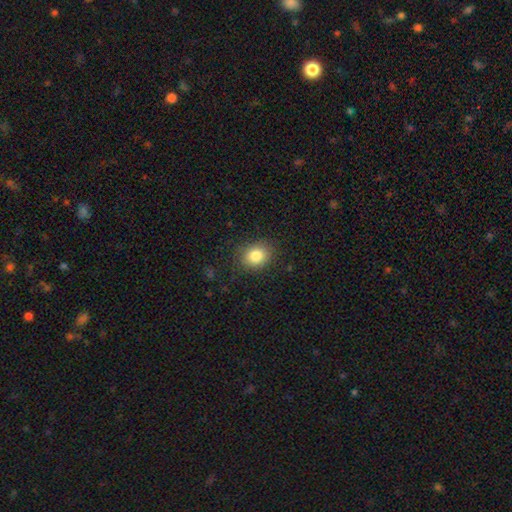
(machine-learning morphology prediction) type=smooth (84%); roundness=round (58%); merging=none (84%).